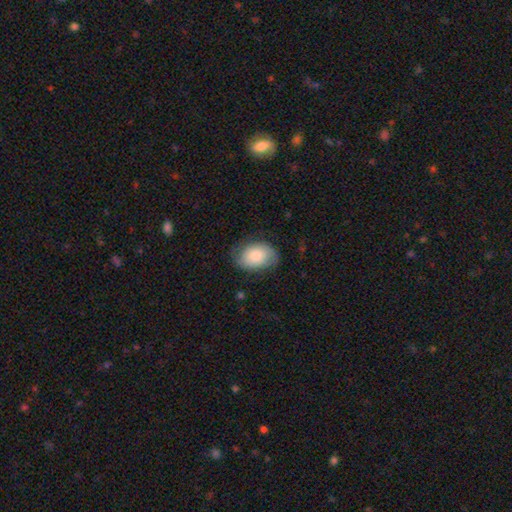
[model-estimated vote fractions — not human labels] Smooth or featured?
  - smooth: 72% *
  - featured or disk: 21%
  - star or artifact: 6%
How rounded?
  - in between: 82% *
  - round: 17%
  - cigar-shaped: 1%
Merging?
  - none: 67% *
  - minor disturbance: 24%
  - major disturbance: 8%
  - merger: 1%